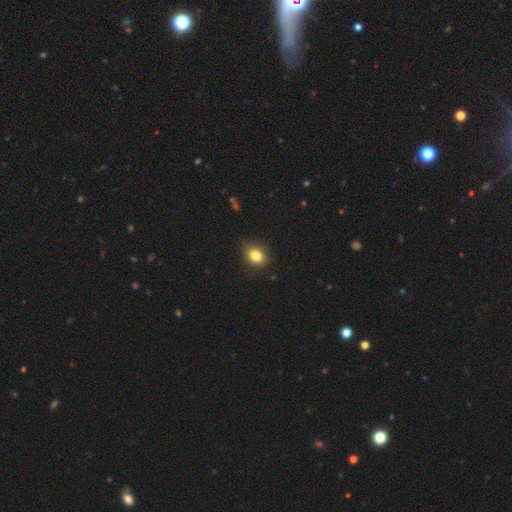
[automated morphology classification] smooth-or-featured: smooth: 83% | star or artifact: 10% | featured or disk: 7%
  how-rounded: in between: 55% | round: 44% | cigar-shaped: 1%
  merging: none: 82% | minor disturbance: 15% | major disturbance: 3% | merger: 1%